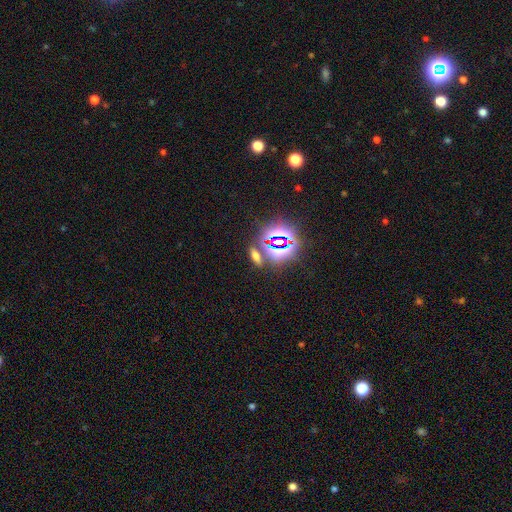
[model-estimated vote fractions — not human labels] This is marginally a star or artifact rather than a galaxy (45%).